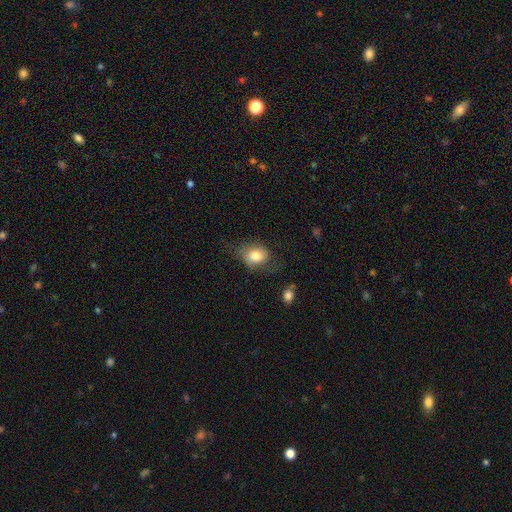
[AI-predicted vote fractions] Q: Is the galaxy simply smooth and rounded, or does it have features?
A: smooth — 77%.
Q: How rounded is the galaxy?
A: in between — 53%.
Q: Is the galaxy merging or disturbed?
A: none — 52%.